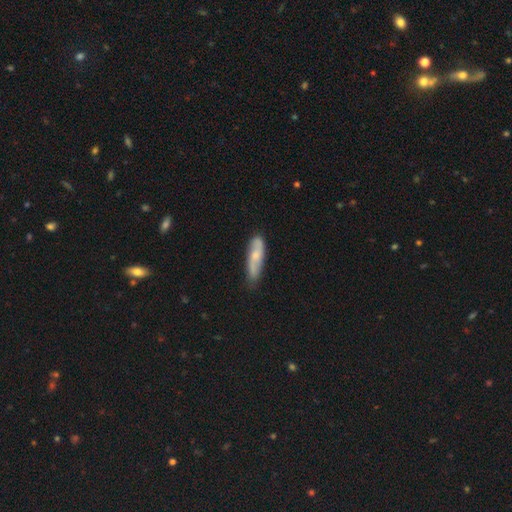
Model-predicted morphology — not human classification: Q: Smooth or featured?
A: featured or disk (49%); runner-up: smooth (45%)
Q: Merging?
A: none (77%); runner-up: minor disturbance (18%)